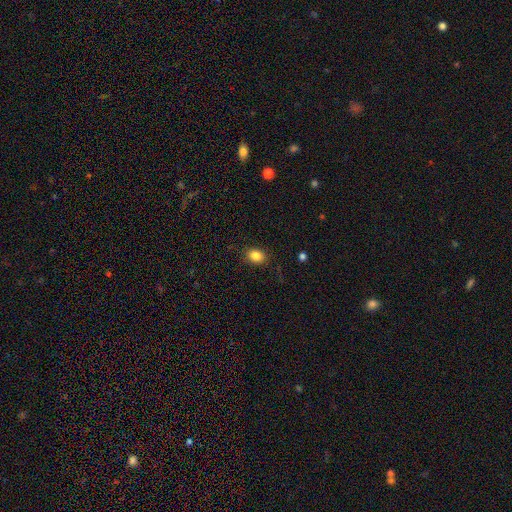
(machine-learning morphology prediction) This is clearly a smooth galaxy (85%). How rounded: possibly in between (56%). Merging: clearly none (87%).